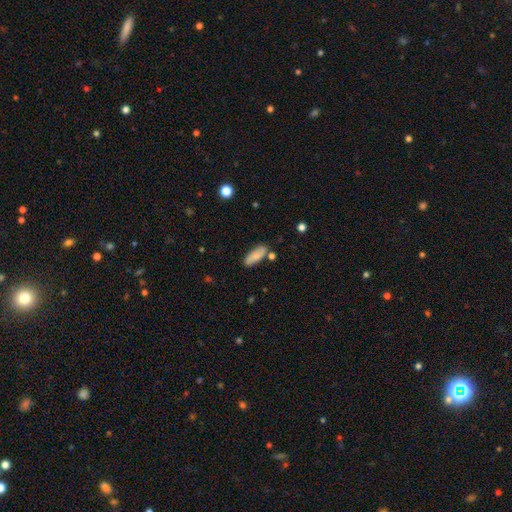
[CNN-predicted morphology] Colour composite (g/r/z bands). It shows a smooth galaxy with no disk features (77%) that is in between round and cigar-shaped (71%). Merging: none (76%).